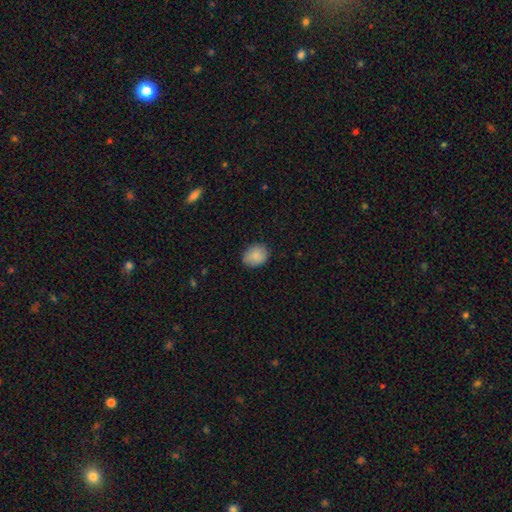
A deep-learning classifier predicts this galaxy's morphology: The model was most divided on "how rounded": round: 50%, in between: 49%, cigar-shaped: 1%. More confident: smooth or featured — smooth (87%); merging — none (81%).